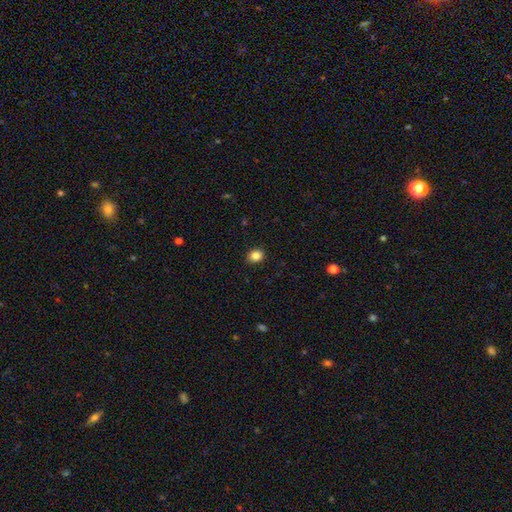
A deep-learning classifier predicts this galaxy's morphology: Q: Smooth or featured?
A: smooth (85%); runner-up: star or artifact (10%)
Q: How rounded?
A: round (56%); runner-up: in between (43%)
Q: Merging?
A: none (91%); runner-up: minor disturbance (7%)